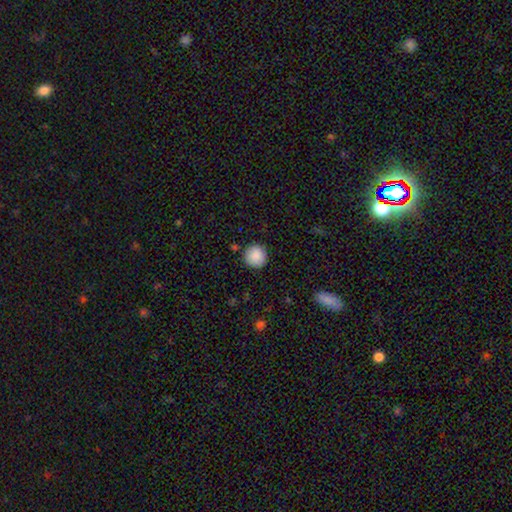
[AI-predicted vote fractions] Smooth or featured? smooth (89%)
How rounded? round (95%)
Merging? none (90%)